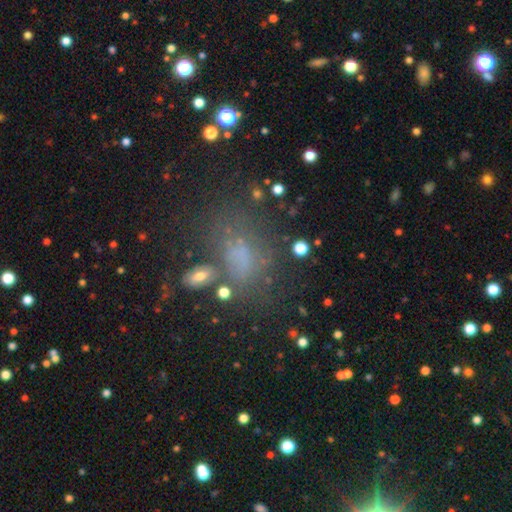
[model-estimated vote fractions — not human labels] Smooth or featured: smooth — 54% (star or artifact — 31%)
How rounded: in between — 75% (round — 20%)
Merging: none — 60% (minor disturbance — 17%)